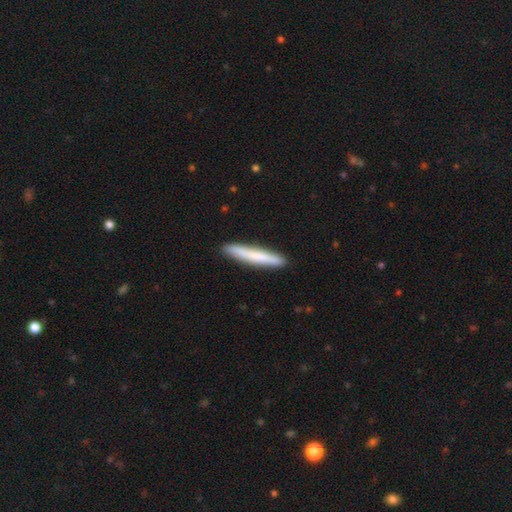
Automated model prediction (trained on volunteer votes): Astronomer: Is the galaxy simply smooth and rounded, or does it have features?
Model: smooth — 71%.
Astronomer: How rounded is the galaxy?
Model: cigar-shaped — 95%.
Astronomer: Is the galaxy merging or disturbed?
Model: none — 90%.